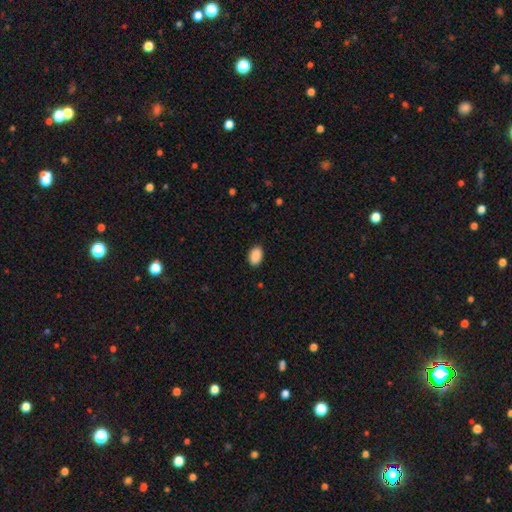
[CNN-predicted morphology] smooth_or_featured: smooth (p=0.90) [alt: star or artifact p=0.07]
how_rounded: in between (p=0.89) [alt: round p=0.10]
merging: none (p=0.88) [alt: minor disturbance p=0.09]